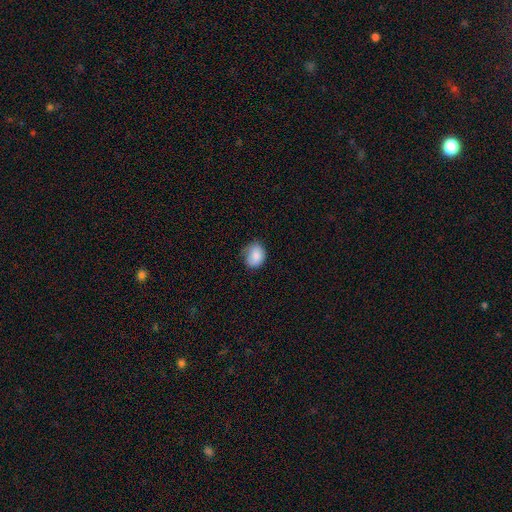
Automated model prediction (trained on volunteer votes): smooth 85%, star or artifact 8%, featured or disk 7%. Down the decision tree: how rounded — in between (50%); merging — none (62%).